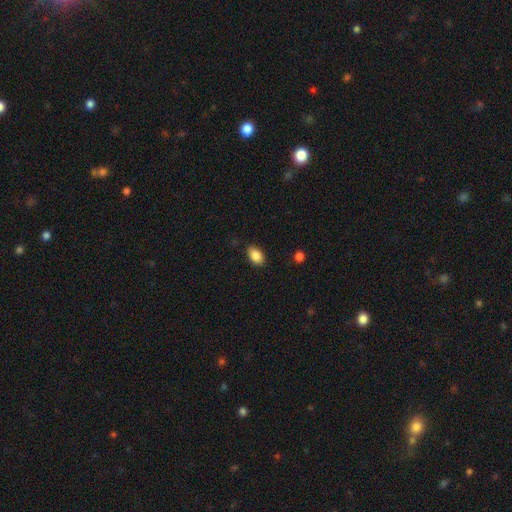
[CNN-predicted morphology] smooth 87%, star or artifact 8%, featured or disk 5%. Down the decision tree: how rounded — in between (90%); merging — none (84%).